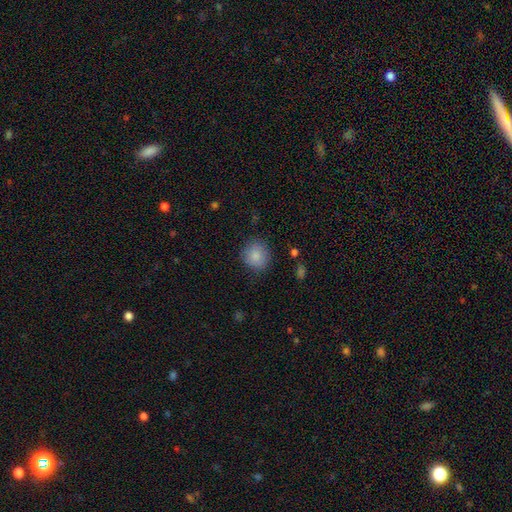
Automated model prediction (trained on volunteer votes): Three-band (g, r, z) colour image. It shows a smooth galaxy with no disk features (86%) that is round (84%). Merging: none (83%).